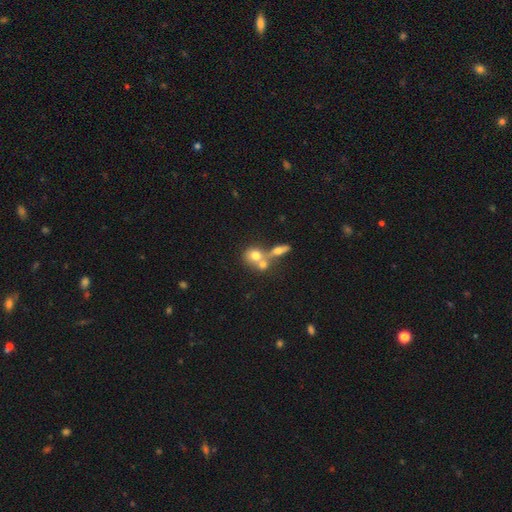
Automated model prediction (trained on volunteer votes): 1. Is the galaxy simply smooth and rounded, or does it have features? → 67% smooth, 23% featured or disk, 11% star or artifact.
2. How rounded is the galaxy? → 67% round, 30% in between, 3% cigar-shaped.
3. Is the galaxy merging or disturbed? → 58% merger, 31% none, 7% minor disturbance, 4% major disturbance.